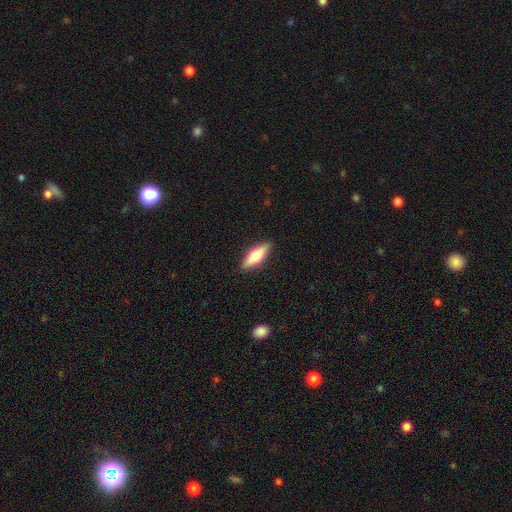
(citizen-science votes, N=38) Smooth or featured? featured or disk (63%)
Edge-on disk? yes (88%)
Edge-on bulge? rounded (95%)
Merging? none (80%)